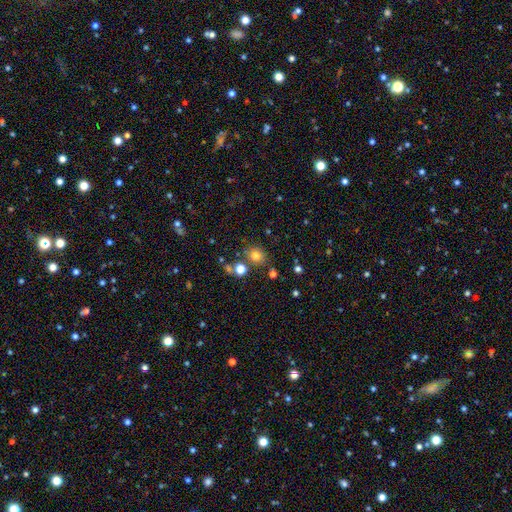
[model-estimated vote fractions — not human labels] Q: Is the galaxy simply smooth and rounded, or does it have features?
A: smooth — 76%.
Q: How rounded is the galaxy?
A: round — 78%.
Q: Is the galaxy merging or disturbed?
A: none — 77%.